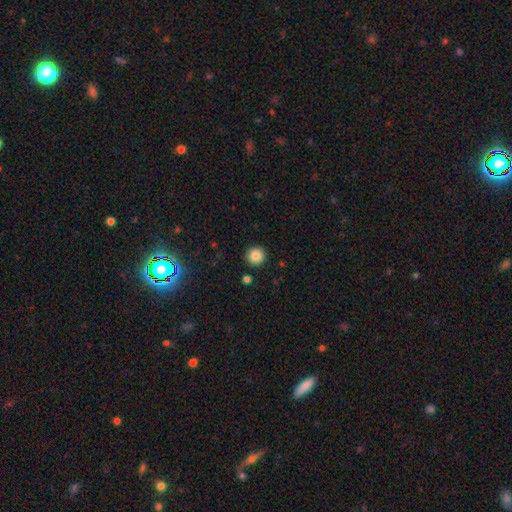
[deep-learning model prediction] Smooth or featured: smooth — 86% (star or artifact — 10%)
How rounded: round — 96% (in between — 3%)
Merging: none — 92% (minor disturbance — 5%)